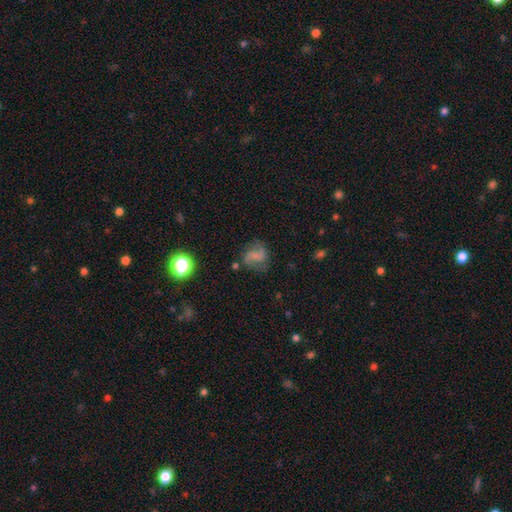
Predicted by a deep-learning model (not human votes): A featured or disk galaxy (60%) with no bar (46%), 2 (87%) loose (47%) spiral arms (90%) and no central bulge (53%). Merging: none (65%).